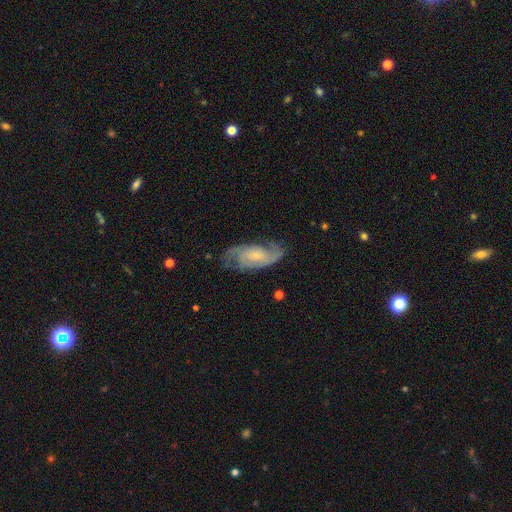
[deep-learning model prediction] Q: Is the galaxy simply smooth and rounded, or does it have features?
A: featured or disk — 83%.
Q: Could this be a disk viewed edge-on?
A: no — 95%.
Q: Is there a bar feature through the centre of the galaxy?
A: no — 58%.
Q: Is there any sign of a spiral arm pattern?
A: yes — 96%.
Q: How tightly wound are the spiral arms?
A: medium — 47%.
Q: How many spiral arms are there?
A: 2 — 66%.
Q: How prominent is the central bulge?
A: small — 59%.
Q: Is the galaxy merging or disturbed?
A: none — 71%.